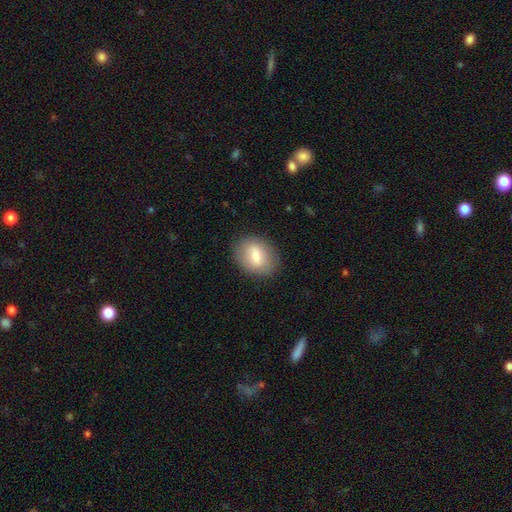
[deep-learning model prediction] Smooth or featured: smooth — 73% (featured or disk — 20%)
How rounded: in between — 67% (round — 32%)
Merging: none — 85% (minor disturbance — 10%)